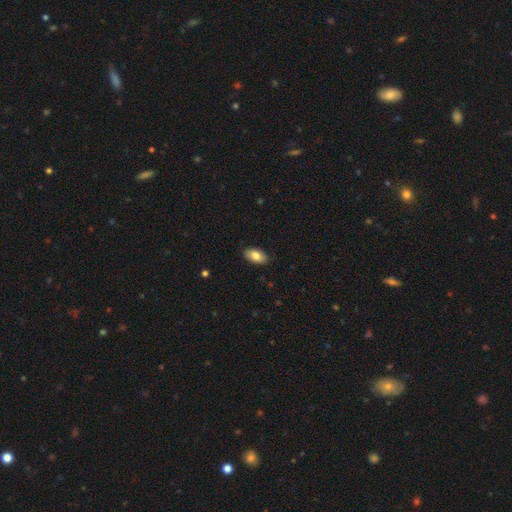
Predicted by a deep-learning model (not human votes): smooth 82%, featured or disk 11%, star or artifact 7%. Down the decision tree: how rounded — in between (93%); merging — none (87%).